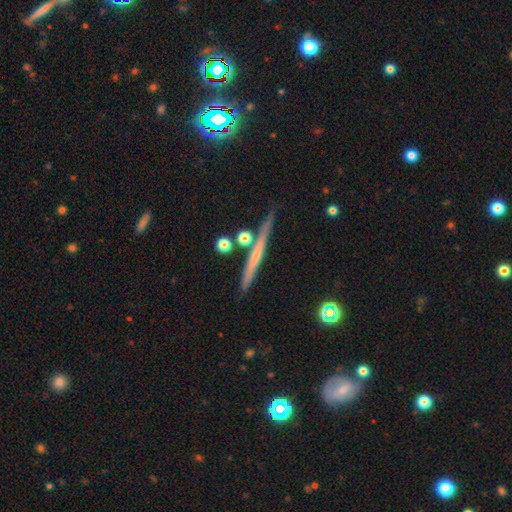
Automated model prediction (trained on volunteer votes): Morphology: type=featured or disk (66%); edge-on=yes (96%); edge-on bulge=rounded (47%); merging=none (83%).